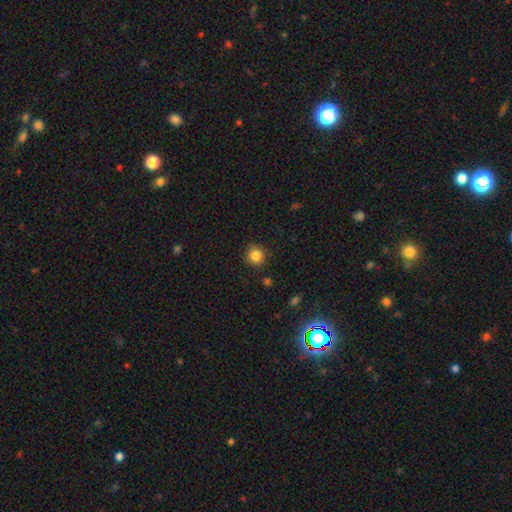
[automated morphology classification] This appears to be a smooth galaxy with no disk features (84%) that is round (91%). Merging: none (88%).